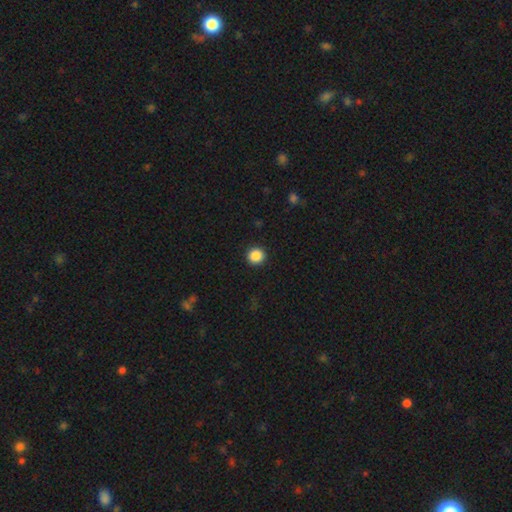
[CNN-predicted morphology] This appears to be a smooth galaxy with no disk features (88%) that is round (93%). Merging: none (93%).